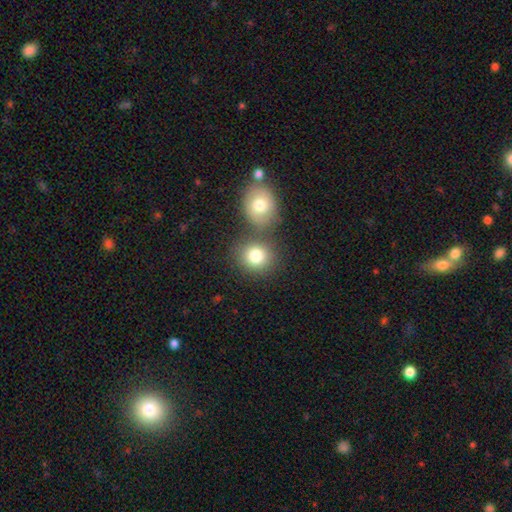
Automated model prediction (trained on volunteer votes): Smooth or featured? Predicted: smooth (p=0.81). How rounded? Predicted: round (p=0.80). Merging? Predicted: none (p=0.62).